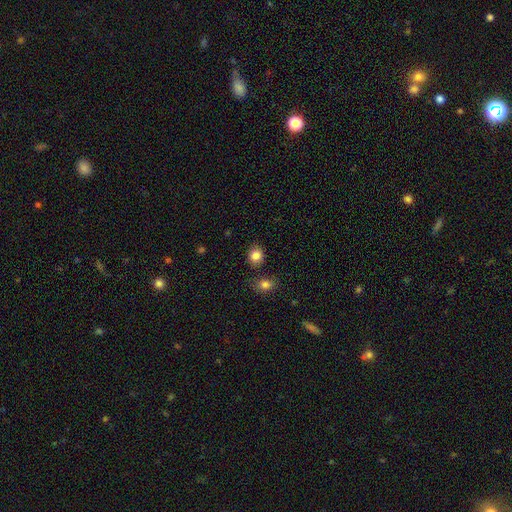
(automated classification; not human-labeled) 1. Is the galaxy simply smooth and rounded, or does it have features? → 85% smooth, 10% star or artifact, 5% featured or disk.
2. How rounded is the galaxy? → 67% round, 32% in between, 1% cigar-shaped.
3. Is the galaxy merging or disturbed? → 80% none, 11% minor disturbance, 6% merger, 3% major disturbance.